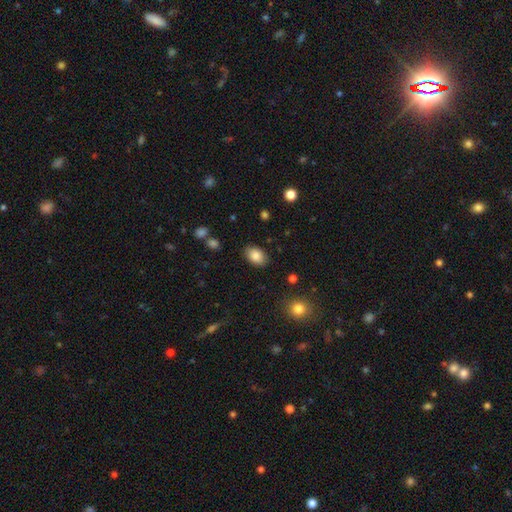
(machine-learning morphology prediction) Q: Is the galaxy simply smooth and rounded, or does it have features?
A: smooth — 86%.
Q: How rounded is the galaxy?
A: in between — 83%.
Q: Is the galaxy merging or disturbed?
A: none — 86%.